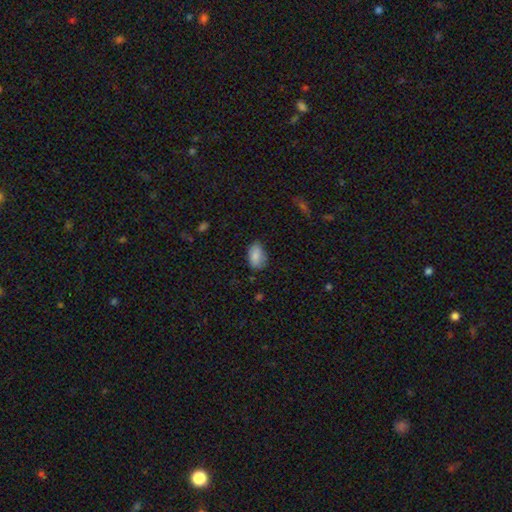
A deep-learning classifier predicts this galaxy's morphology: Overall: smooth (83%). How rounded: in between (90%). Merging: none (67%).